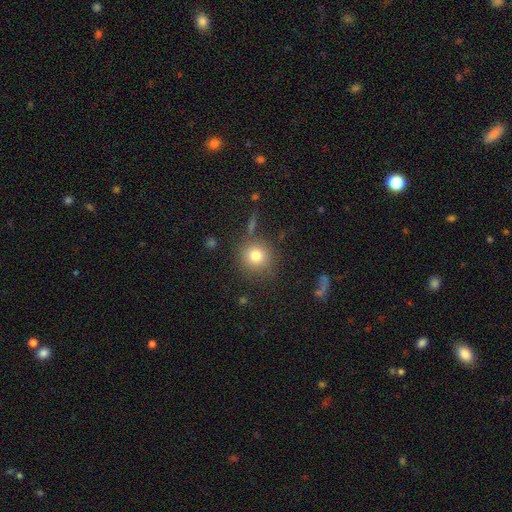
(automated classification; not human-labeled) A smooth galaxy with no disk features (79%) that is round (92%).

Vote fractions:
- Smooth or featured? smooth: 79% / star or artifact: 11% / featured or disk: 9%
- How rounded? round: 92% / in between: 7% / cigar-shaped: 1%
- Merging? none: 80% / minor disturbance: 10% / merger: 5% / major disturbance: 4%